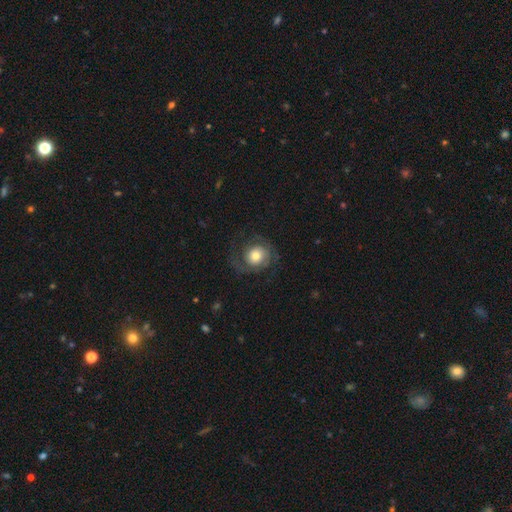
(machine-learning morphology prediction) Smooth or featured?
  - featured or disk: 51% *
  - smooth: 41%
  - star or artifact: 8%
Edge-on disk?
  - no: 97% *
  - yes: 3%
Merging?
  - none: 66% *
  - major disturbance: 17%
  - minor disturbance: 16%
  - merger: 1%